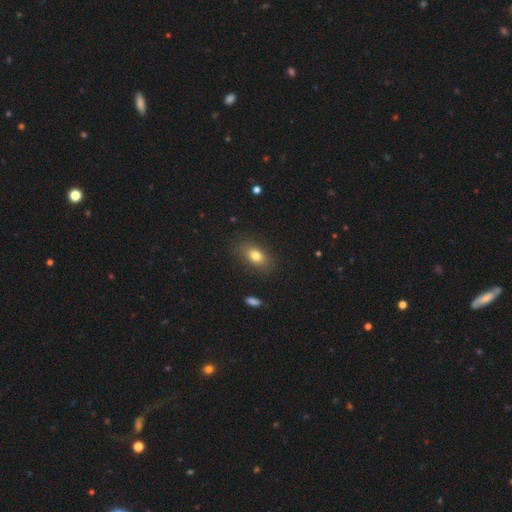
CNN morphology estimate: Smooth or featured?
  - smooth: 79% *
  - featured or disk: 12%
  - star or artifact: 9%
How rounded?
  - in between: 83% *
  - round: 12%
  - cigar-shaped: 4%
Merging?
  - none: 84% *
  - minor disturbance: 11%
  - major disturbance: 4%
  - merger: 1%